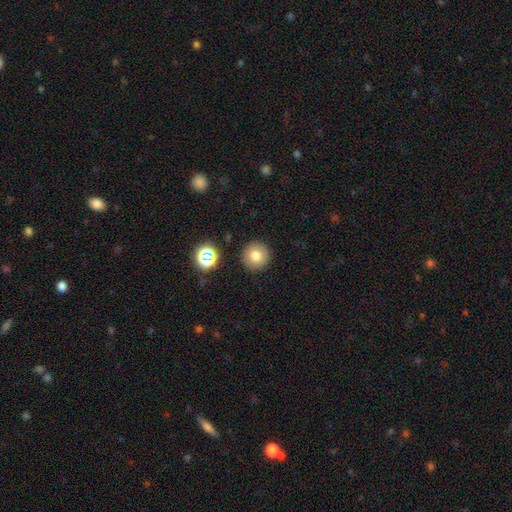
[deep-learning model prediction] Q: Smooth or featured?
A: smooth (77%); runner-up: star or artifact (13%)
Q: How rounded?
A: round (95%); runner-up: in between (4%)
Q: Merging?
A: none (91%); runner-up: minor disturbance (5%)